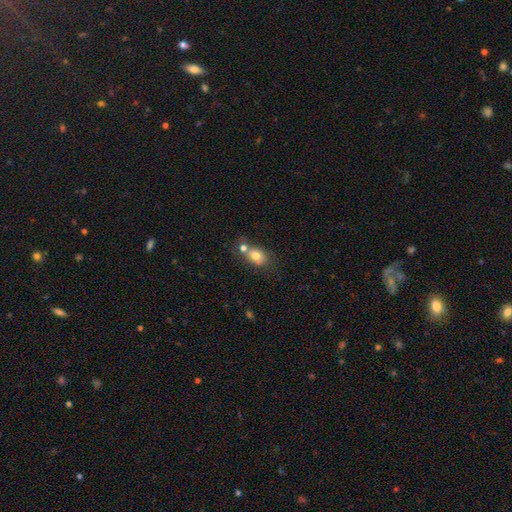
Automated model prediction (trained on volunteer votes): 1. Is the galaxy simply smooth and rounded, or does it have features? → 76% smooth, 14% featured or disk, 10% star or artifact.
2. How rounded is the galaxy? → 62% in between, 37% round, 2% cigar-shaped.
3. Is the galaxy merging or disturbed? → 44% merger, 38% none, 13% minor disturbance, 6% major disturbance.